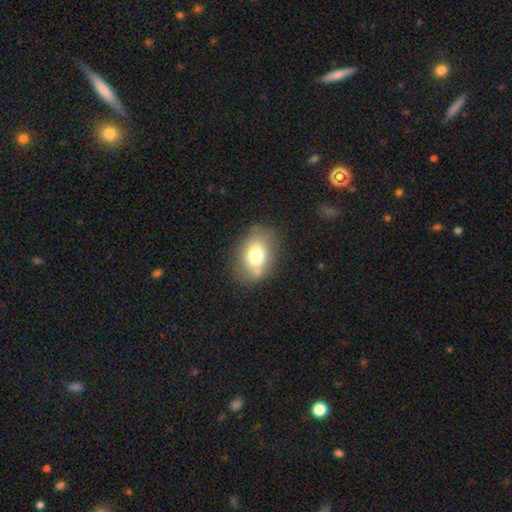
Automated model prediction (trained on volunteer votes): Q: Smooth or featured?
A: smooth (68%); runner-up: featured or disk (21%)
Q: How rounded?
A: in between (70%); runner-up: round (29%)
Q: Merging?
A: none (73%); runner-up: minor disturbance (18%)